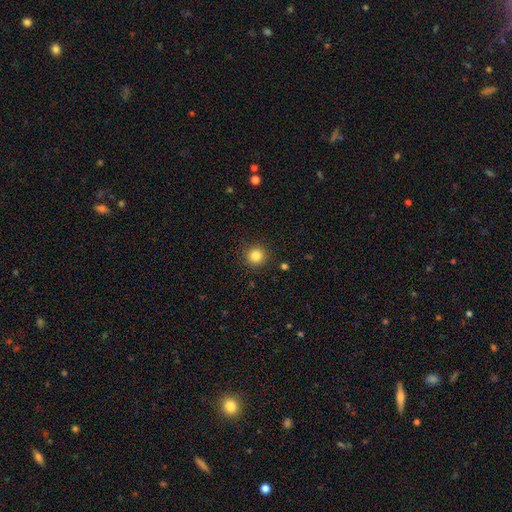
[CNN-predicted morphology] smooth 84%, star or artifact 11%, featured or disk 5%. Down the decision tree: how rounded — round (95%); merging — none (91%).